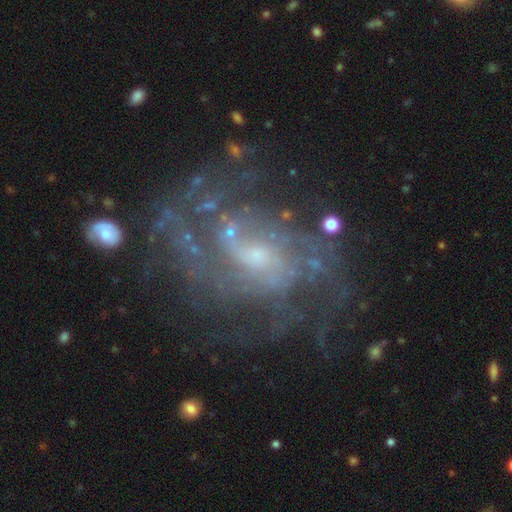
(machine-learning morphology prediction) This is clearly a featured or disk galaxy (85%). It is clearly not viewed edge-on (97%). Bar: possibly no (49%). Spiral arm pattern: clearly yes (89%). Spiral arm count: marginally can't tell (40%). Spiral winding: marginally medium (42%). Central bulge: likely small (63%). Merging: likely none (64%).